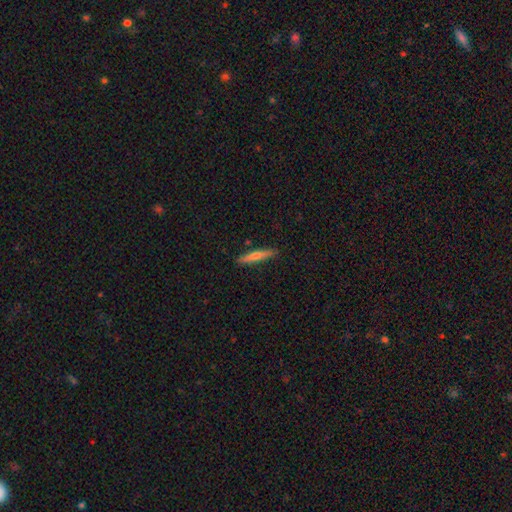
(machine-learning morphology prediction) A smooth galaxy with no disk features (61%) that is cigar-shaped (91%).

Vote fractions:
- Smooth or featured? smooth: 61% / featured or disk: 33% / star or artifact: 6%
- How rounded? cigar-shaped: 91% / in between: 7% / round: 2%
- Merging? none: 88% / minor disturbance: 9% / major disturbance: 2% / merger: 1%